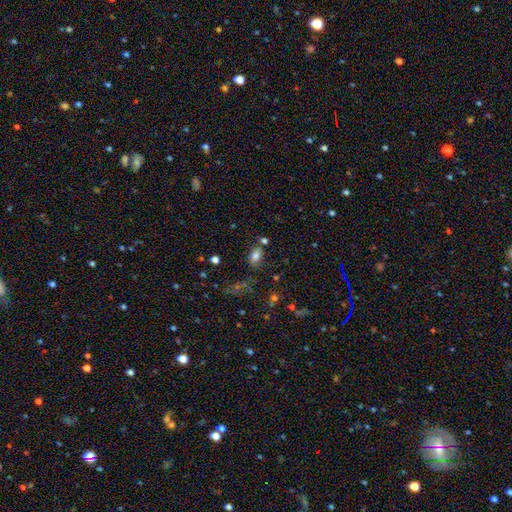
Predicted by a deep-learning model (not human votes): Smooth or featured: smooth — 79% (star or artifact — 13%)
How rounded: in between — 82% (round — 16%)
Merging: none — 68% (minor disturbance — 16%)